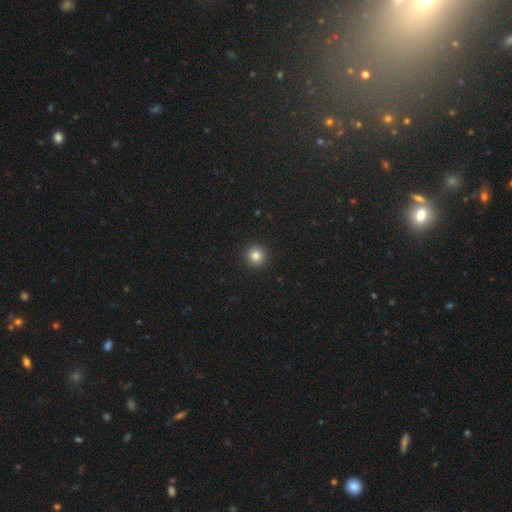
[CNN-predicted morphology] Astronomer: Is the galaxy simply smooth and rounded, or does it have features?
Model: smooth — 84%.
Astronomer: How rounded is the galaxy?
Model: round — 95%.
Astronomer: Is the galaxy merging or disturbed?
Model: none — 93%.